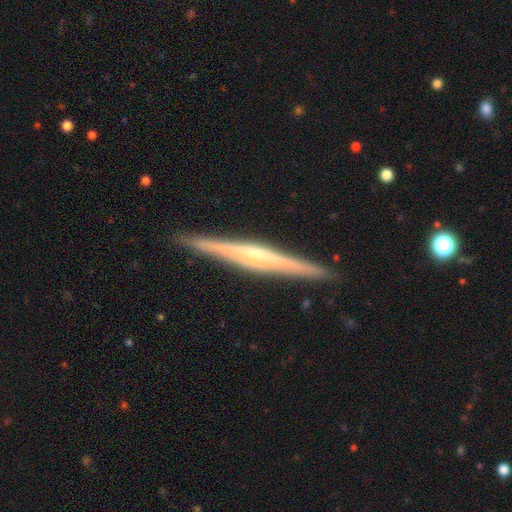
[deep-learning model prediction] A featured or disk galaxy (82%) viewed edge-on (98%) with a rounded central bulge (67%). Merging: none (92%).